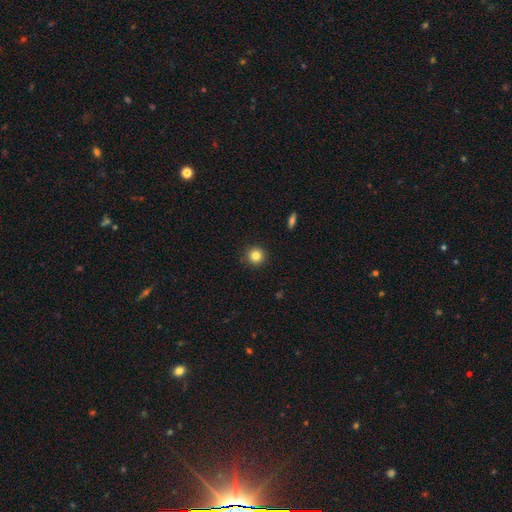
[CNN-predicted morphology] type=smooth (83%); roundness=round (95%); merging=none (92%).